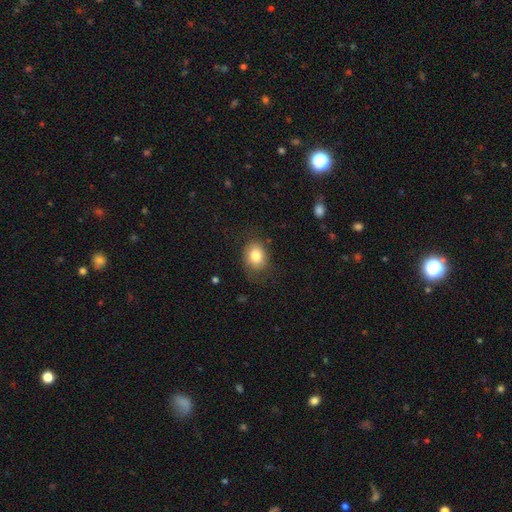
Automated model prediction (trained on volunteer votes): smooth 81%, featured or disk 10%, star or artifact 8%. Down the decision tree: how rounded — in between (57%); merging — none (70%).